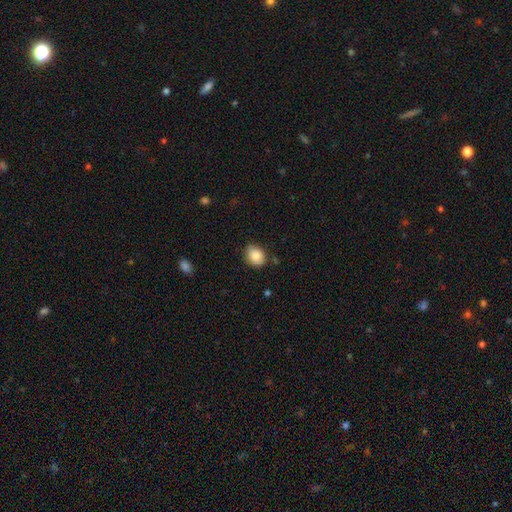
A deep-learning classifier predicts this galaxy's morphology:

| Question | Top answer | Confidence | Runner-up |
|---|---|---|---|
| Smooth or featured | smooth | 86% | star or artifact (8%) |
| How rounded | round | 60% | in between (39%) |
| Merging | none | 78% | minor disturbance (16%) |